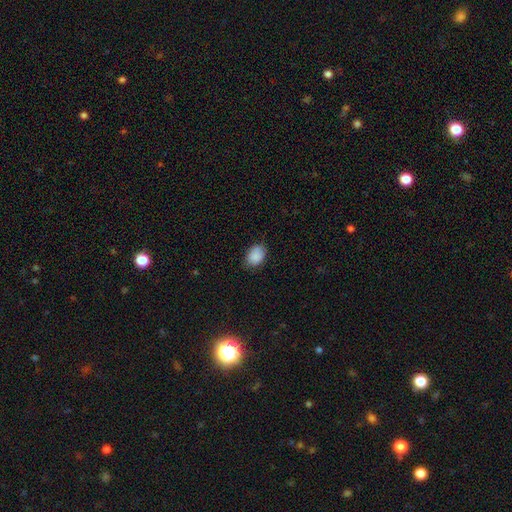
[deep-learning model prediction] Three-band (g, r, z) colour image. It shows a smooth galaxy with no disk features (89%) that is in between round and cigar-shaped (75%). Merging: none (76%).